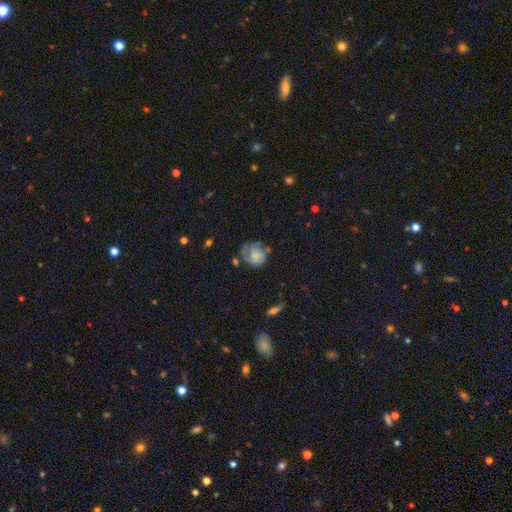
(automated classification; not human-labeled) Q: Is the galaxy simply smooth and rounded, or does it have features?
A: featured or disk — 53%.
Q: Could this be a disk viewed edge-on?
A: no — 97%.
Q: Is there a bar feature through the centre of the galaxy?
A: no — 72%.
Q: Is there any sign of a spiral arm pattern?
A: yes — 81%.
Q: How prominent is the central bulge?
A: none — 33%.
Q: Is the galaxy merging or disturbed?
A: none — 51%.